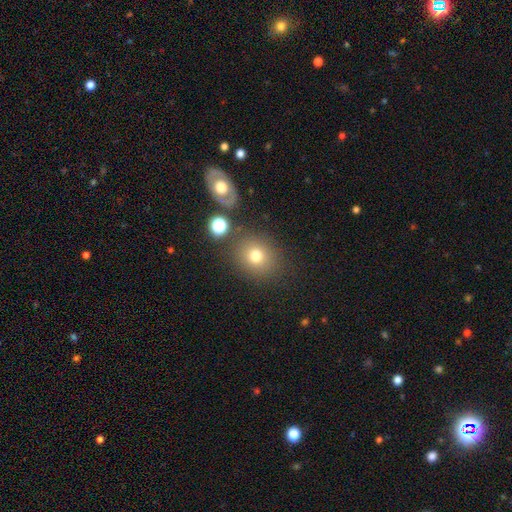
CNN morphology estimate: Smooth or featured? smooth (74%)
How rounded? round (72%)
Merging? none (79%)